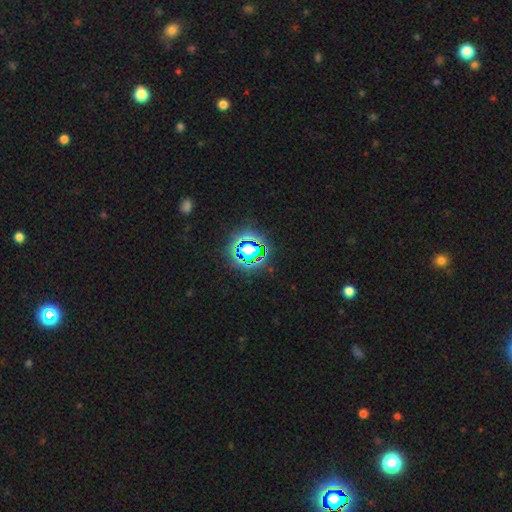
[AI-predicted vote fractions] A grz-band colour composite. It shows a star or artifact, not a galaxy (72%).